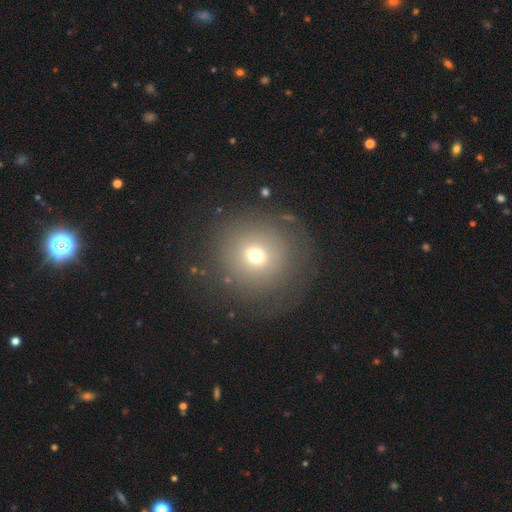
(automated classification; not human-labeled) smooth 64%, star or artifact 18%, featured or disk 18%. Down the decision tree: how rounded — round (92%); merging — none (74%).